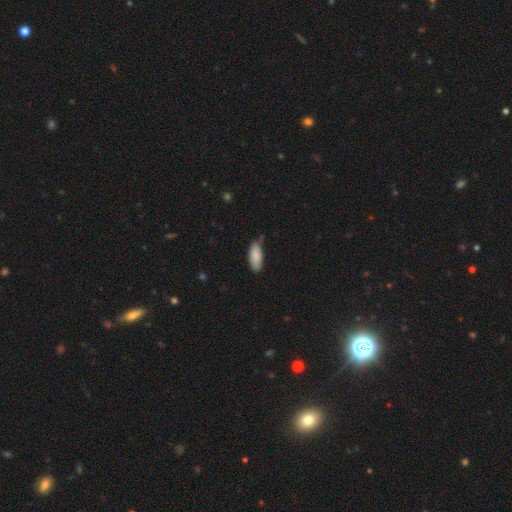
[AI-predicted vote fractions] smooth_or_featured: smooth (p=0.87) [alt: featured or disk p=0.07]
how_rounded: in between (p=0.81) [alt: cigar-shaped p=0.17]
merging: none (p=0.63) [alt: minor disturbance p=0.29]